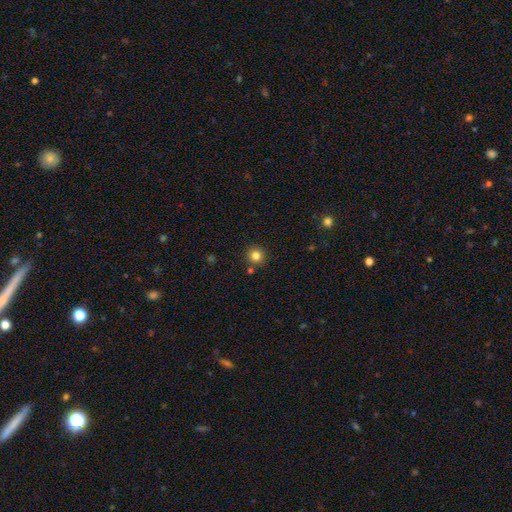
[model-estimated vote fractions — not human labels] smooth_or_featured: smooth (p=0.82) [alt: star or artifact p=0.12]
how_rounded: round (p=0.94) [alt: in between p=0.05]
merging: none (p=0.86) [alt: minor disturbance p=0.07]